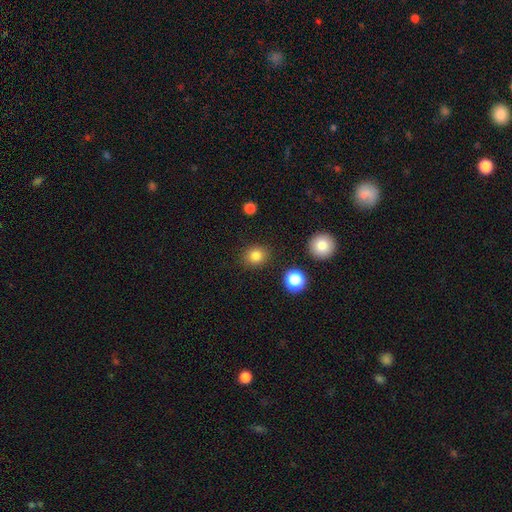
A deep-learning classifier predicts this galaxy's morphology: The model was most divided on "how rounded": round: 75%, in between: 24%, cigar-shaped: 1%. More confident: merging — none (87%); smooth or featured — smooth (82%).